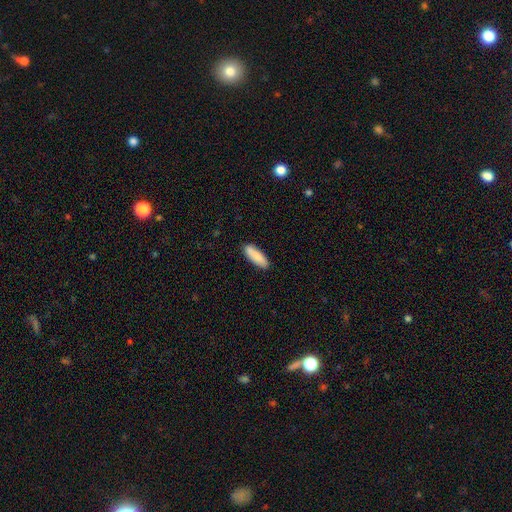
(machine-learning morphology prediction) This appears to be a smooth galaxy with no disk features (85%) that is in between round and cigar-shaped (58%). Merging: none (81%).